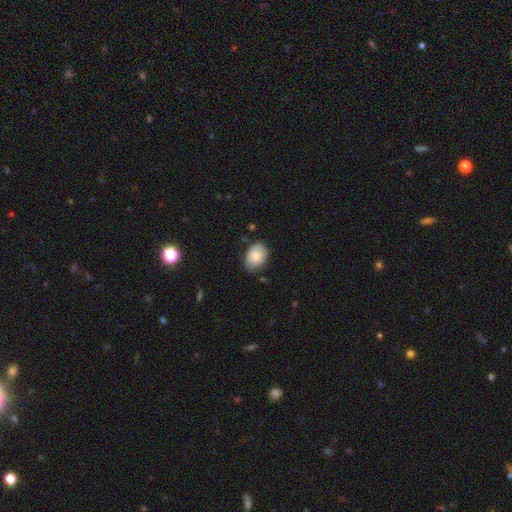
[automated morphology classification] This appears to be a smooth galaxy with no disk features (80%) that is in between round and cigar-shaped (77%). Merging: none (71%).